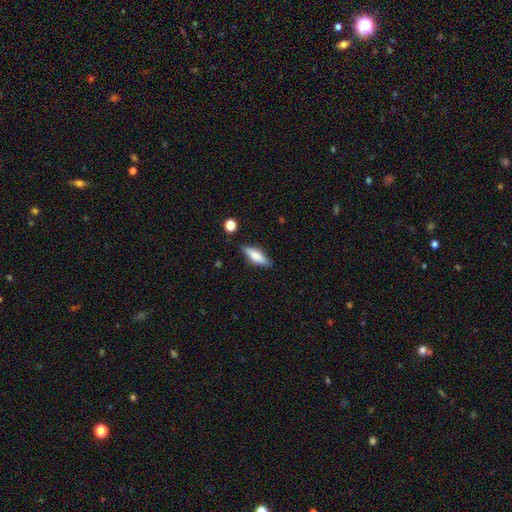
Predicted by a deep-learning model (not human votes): Overall: smooth (69%). How rounded: in between (51%; cigar-shaped 46%). Merging: none (81%).